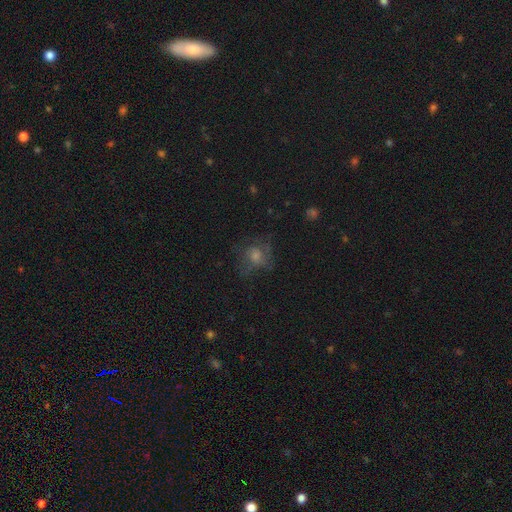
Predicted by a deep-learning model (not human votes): Q: Smooth or featured?
A: smooth (44%); runner-up: featured or disk (32%)
Q: Merging?
A: none (60%); runner-up: minor disturbance (19%)